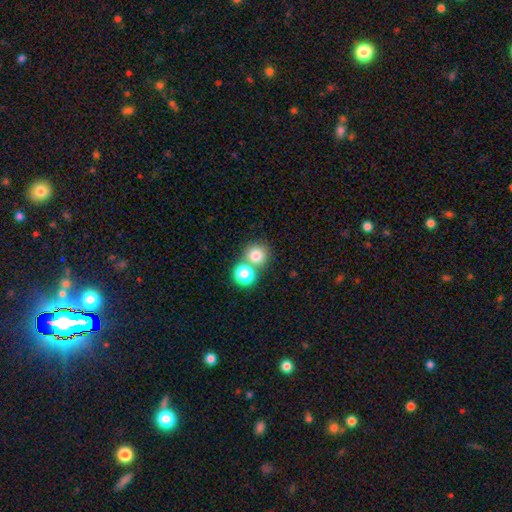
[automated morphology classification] Smooth or featured: smooth — 77% (star or artifact — 15%)
How rounded: round — 91% (in between — 8%)
Merging: none — 63% (merger — 28%)